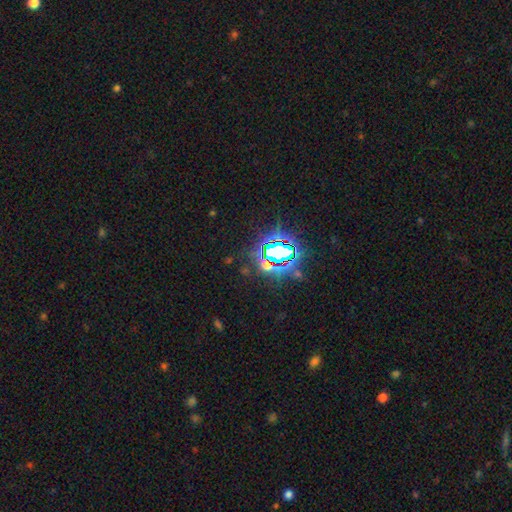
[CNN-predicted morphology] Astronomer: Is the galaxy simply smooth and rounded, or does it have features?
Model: star or artifact — 83%.